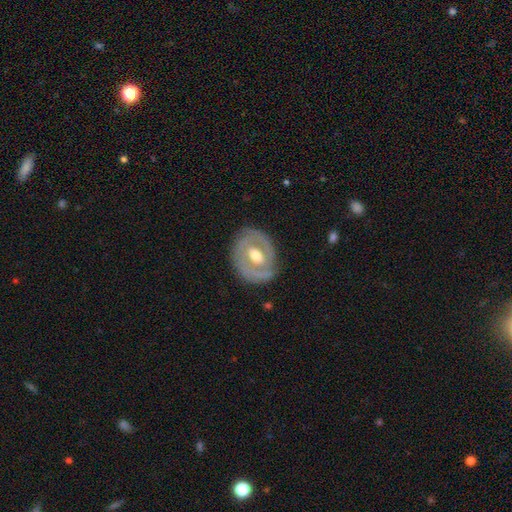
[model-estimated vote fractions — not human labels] Smooth or featured?
  - featured or disk: 71% *
  - smooth: 24%
  - star or artifact: 5%
Edge-on disk?
  - no: 95% *
  - yes: 5%
Bar?
  - no: 44% *
  - weak: 39%
  - strong: 16%
Spiral arms?
  - yes: 53% *
  - no: 47%
Bulge size?
  - moderate: 73% *
  - large: 15%
  - small: 10%
  - dominant: 1%
  - none: 1%
Merging?
  - none: 77% *
  - minor disturbance: 16%
  - major disturbance: 6%
  - merger: 1%